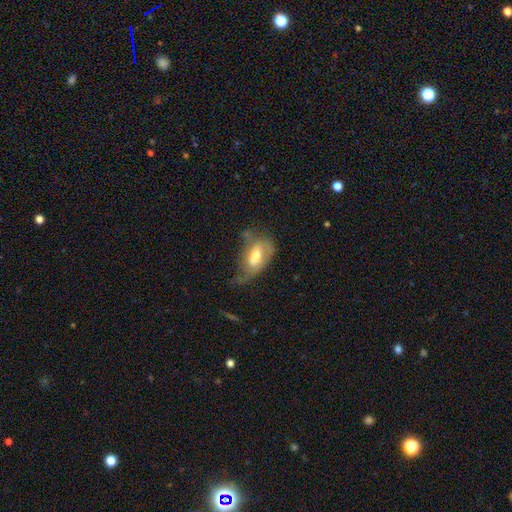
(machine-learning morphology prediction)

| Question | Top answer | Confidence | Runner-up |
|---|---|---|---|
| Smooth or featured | smooth | 50% | featured or disk (42%) |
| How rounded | in between | 88% | round (7%) |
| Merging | major disturbance | 36% | minor disturbance (30%) |